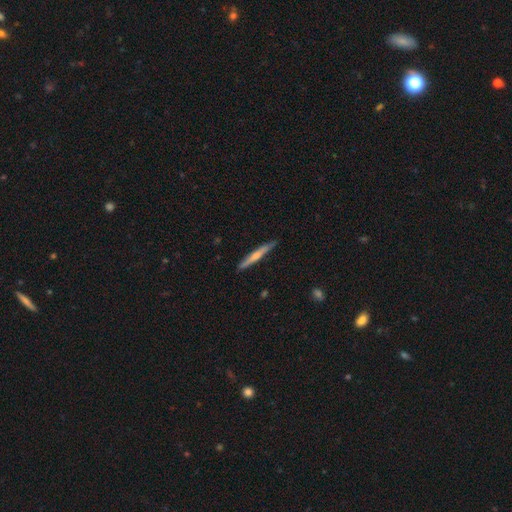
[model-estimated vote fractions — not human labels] The model was most divided on "smooth or featured": featured or disk: 51%, smooth: 44%, star or artifact: 5%. More confident: edge-on disk — yes (97%); merging — none (88%).